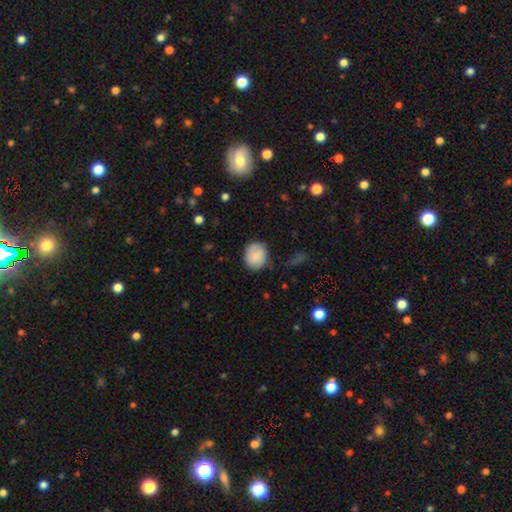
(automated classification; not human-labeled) A smooth galaxy with no disk features (85%) that is round (69%).

Vote fractions:
- Smooth or featured? smooth: 85% / featured or disk: 8% / star or artifact: 7%
- How rounded? round: 69% / in between: 30% / cigar-shaped: 1%
- Merging? none: 73% / minor disturbance: 20% / major disturbance: 5% / merger: 2%